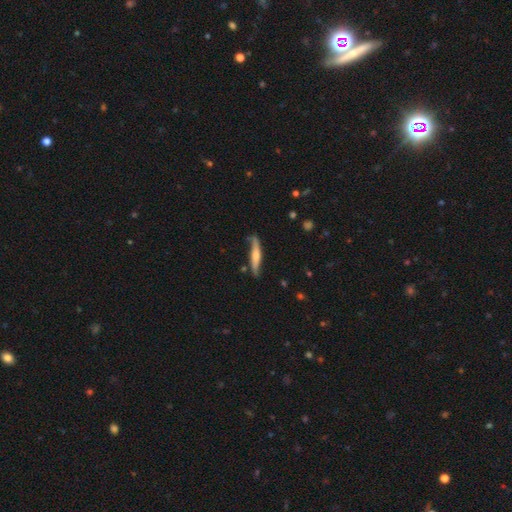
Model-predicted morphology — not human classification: Overall: featured or disk (50%; smooth 45%). Edge-on disk: yes (85%). Merging: none (70%).